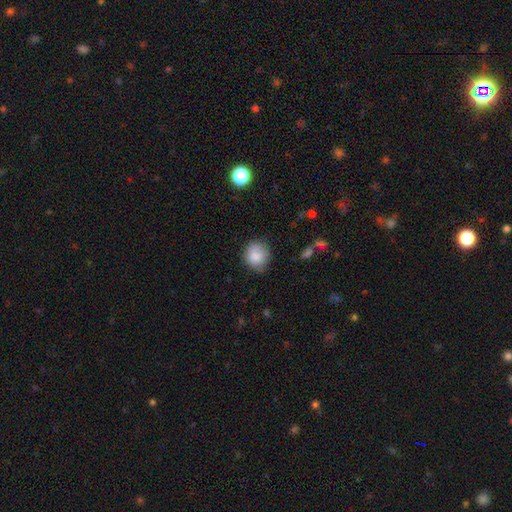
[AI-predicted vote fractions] Smooth or featured? Predicted: smooth (p=0.86). How rounded? Predicted: round (p=0.83). Merging? Predicted: none (p=0.76).